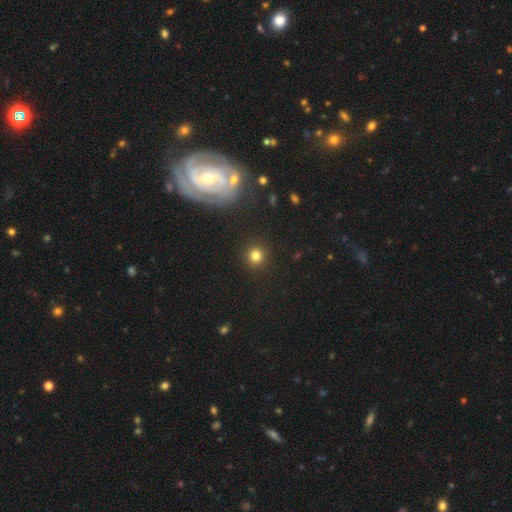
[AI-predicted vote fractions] This appears to be a smooth galaxy with no disk features (80%) that is round (94%). Merging: none (92%).